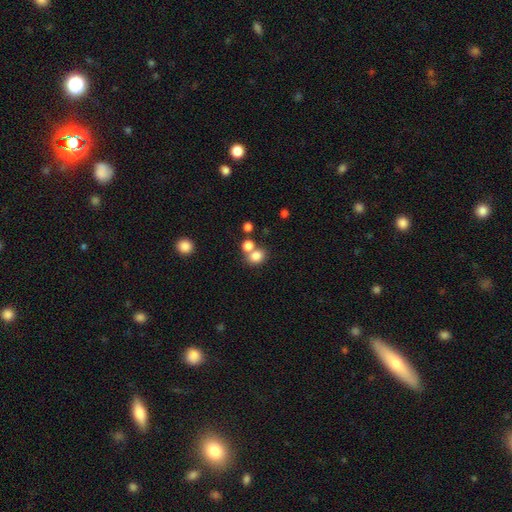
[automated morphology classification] A smooth galaxy with no disk features (80%) that is round (59%). Merging: none (49%).